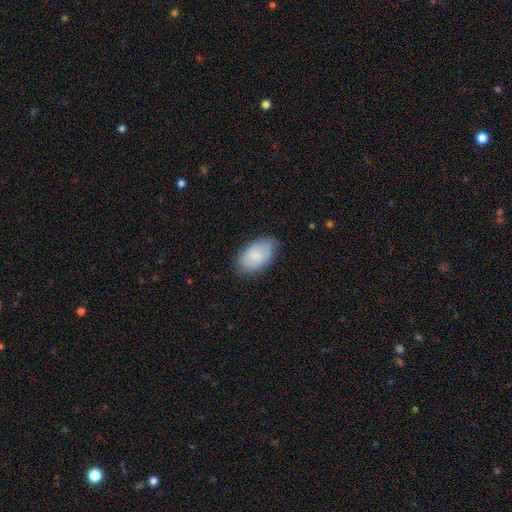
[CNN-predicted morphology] Smooth or featured: smooth — 79% (featured or disk — 15%)
How rounded: in between — 93% (round — 6%)
Merging: none — 75% (minor disturbance — 20%)